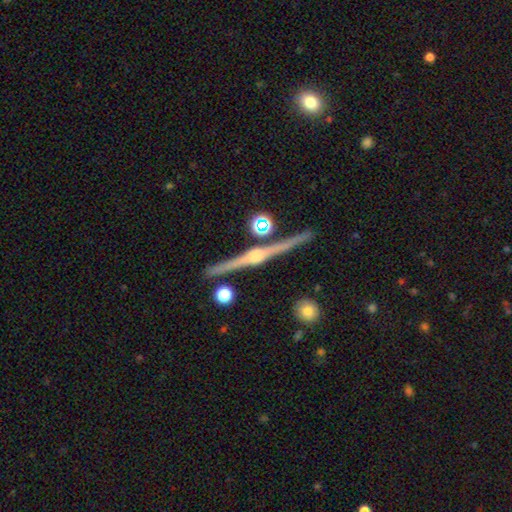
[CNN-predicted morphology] Smooth or featured? featured or disk (87%)
Edge-on disk? yes (98%)
Edge-on bulge? rounded (89%)
Merging? none (88%)